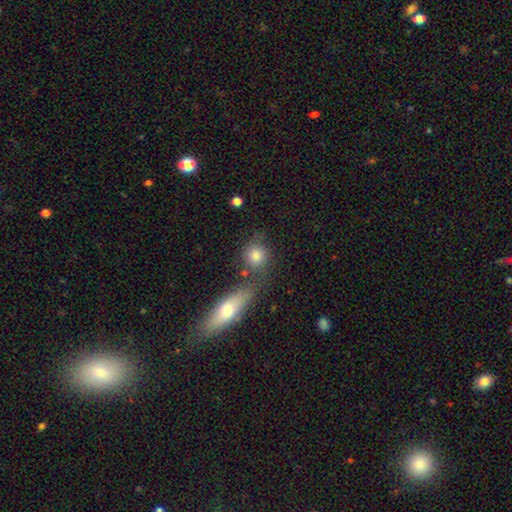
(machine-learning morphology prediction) type=smooth (80%); roundness=round (76%); merging=none (63%).